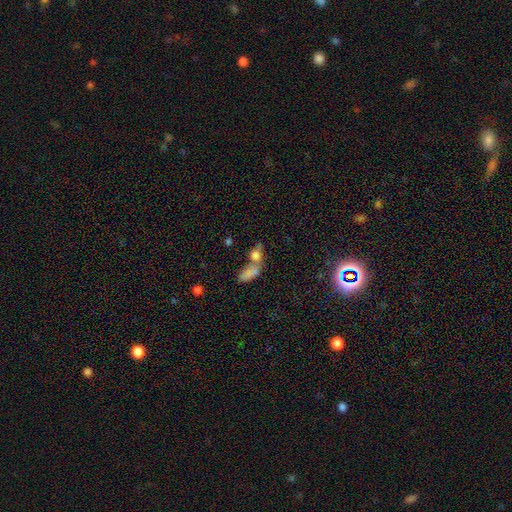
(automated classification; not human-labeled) This is likely a smooth galaxy (69%). How rounded: likely in between (61%). Merging: possibly merger (57%).